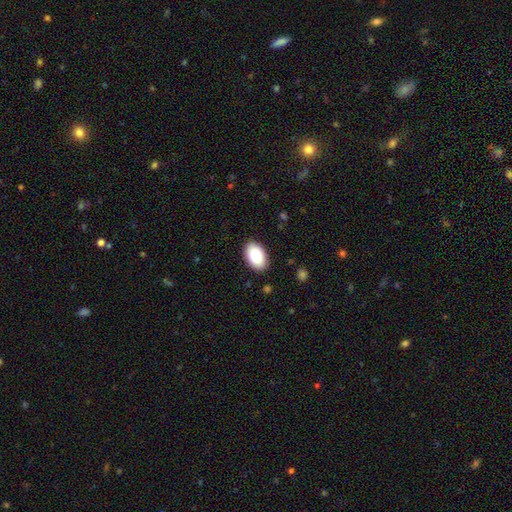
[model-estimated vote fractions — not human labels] Smooth or featured: smooth — 88% (star or artifact — 6%)
How rounded: in between — 94% (round — 5%)
Merging: none — 89% (minor disturbance — 8%)